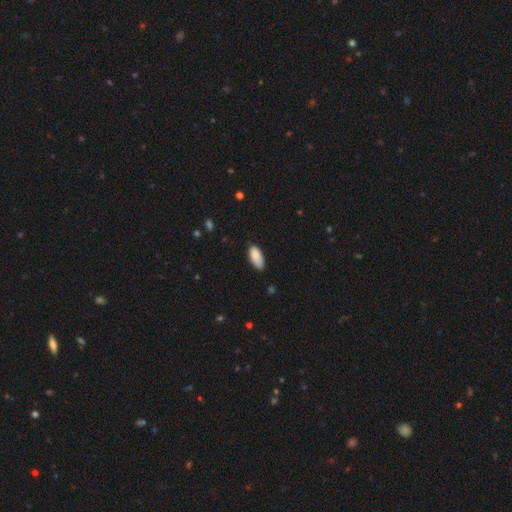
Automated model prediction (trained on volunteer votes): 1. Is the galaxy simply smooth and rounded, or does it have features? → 89% smooth, 7% star or artifact, 5% featured or disk.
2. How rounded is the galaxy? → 90% in between, 8% cigar-shaped, 2% round.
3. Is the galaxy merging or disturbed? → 76% none, 20% minor disturbance, 3% major disturbance, 1% merger.